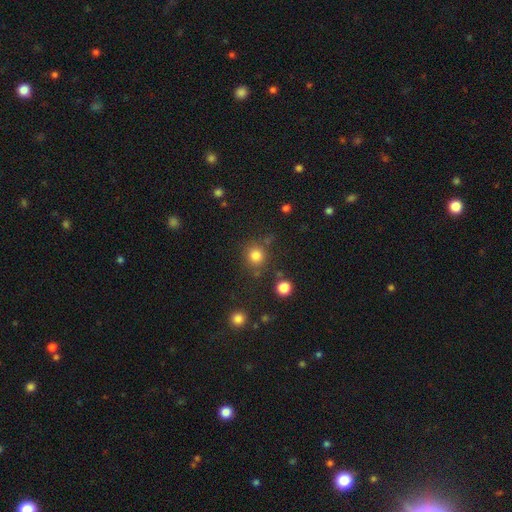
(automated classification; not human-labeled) smooth 81%, star or artifact 14%, featured or disk 5%. Down the decision tree: how rounded — round (90%); merging — none (80%).